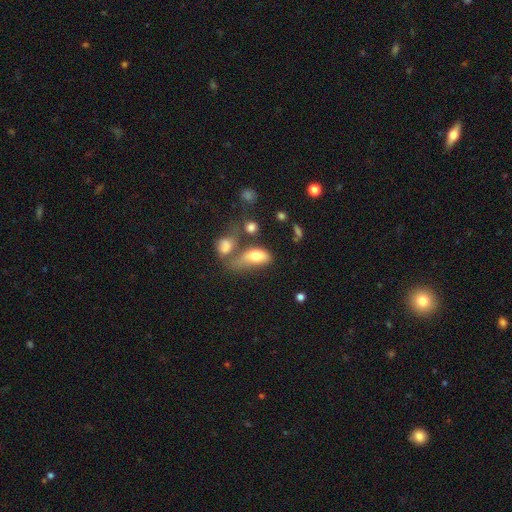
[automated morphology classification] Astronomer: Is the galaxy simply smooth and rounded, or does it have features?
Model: smooth — 74%.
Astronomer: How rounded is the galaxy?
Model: in between — 87%.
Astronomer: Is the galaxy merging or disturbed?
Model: merger — 41% (runner-up: major disturbance, 22%).